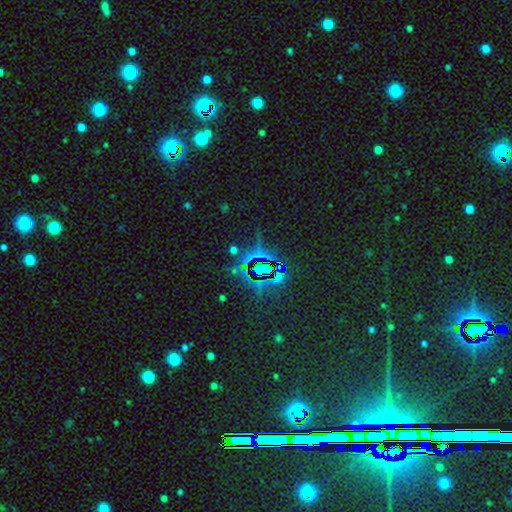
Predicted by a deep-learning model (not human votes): This appears to be a star or artifact, not a galaxy (82%).